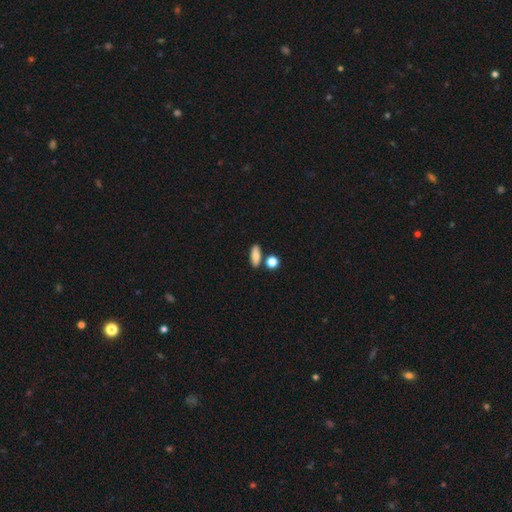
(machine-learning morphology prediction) Smooth or featured?
  - smooth: 80% *
  - featured or disk: 11%
  - star or artifact: 9%
How rounded?
  - in between: 67% *
  - cigar-shaped: 25%
  - round: 9%
Merging?
  - none: 75% *
  - minor disturbance: 11%
  - merger: 11%
  - major disturbance: 3%